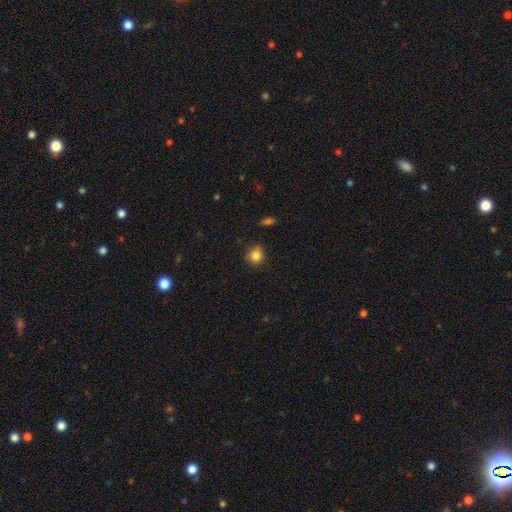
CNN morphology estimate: Smooth or featured: smooth — 84% (star or artifact — 11%)
How rounded: round — 86% (in between — 13%)
Merging: none — 77% (minor disturbance — 18%)